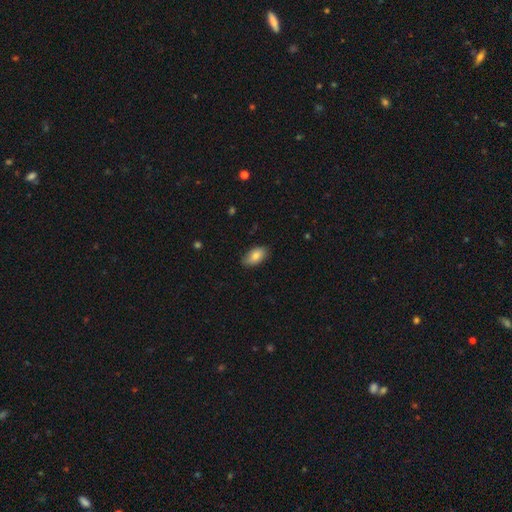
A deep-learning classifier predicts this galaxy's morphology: Smooth or featured? smooth (79%)
How rounded? in between (93%)
Merging? none (78%)